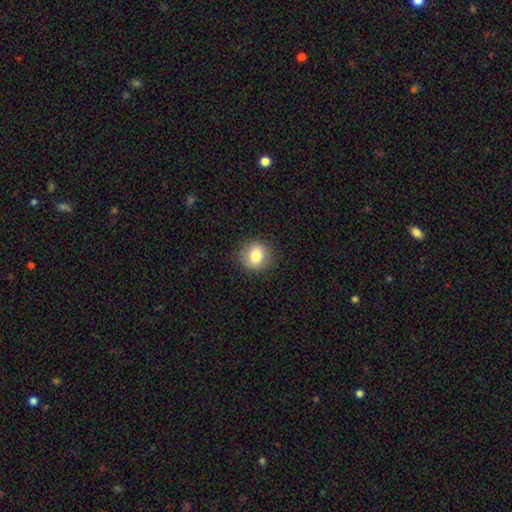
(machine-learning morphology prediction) Smooth or featured? Predicted: smooth (p=0.80). How rounded? Predicted: round (p=0.87). Merging? Predicted: none (p=0.89).